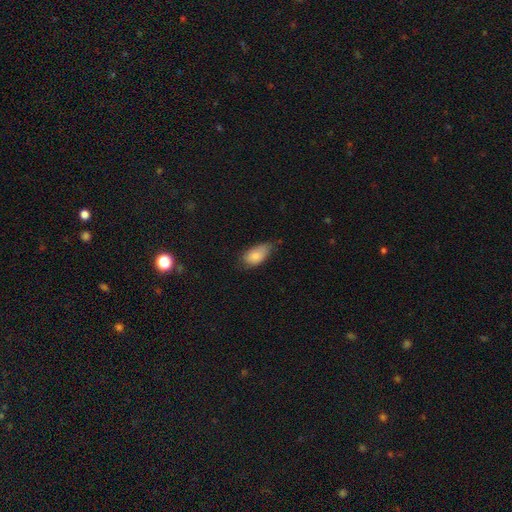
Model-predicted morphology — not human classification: The model was most divided on "merging": none: 51%, minor disturbance: 39%, major disturbance: 8%, merger: 2%. More confident: how rounded — in between (93%); smooth or featured — smooth (84%).